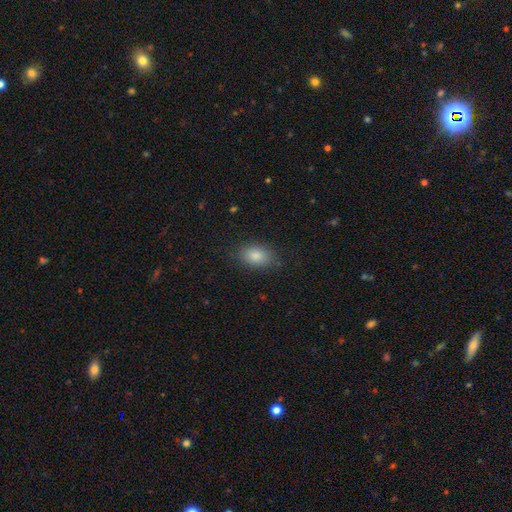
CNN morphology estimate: The model was most divided on "merging": none: 81%, minor disturbance: 14%, major disturbance: 4%, merger: 1%. More confident: how rounded — in between (86%); smooth or featured — smooth (85%).